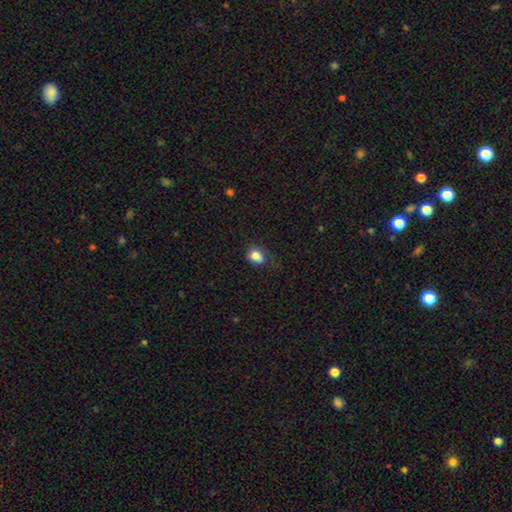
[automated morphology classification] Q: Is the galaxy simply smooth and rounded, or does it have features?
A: smooth — 80%.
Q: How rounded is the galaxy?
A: in between — 57%.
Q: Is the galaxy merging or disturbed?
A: none — 52%.